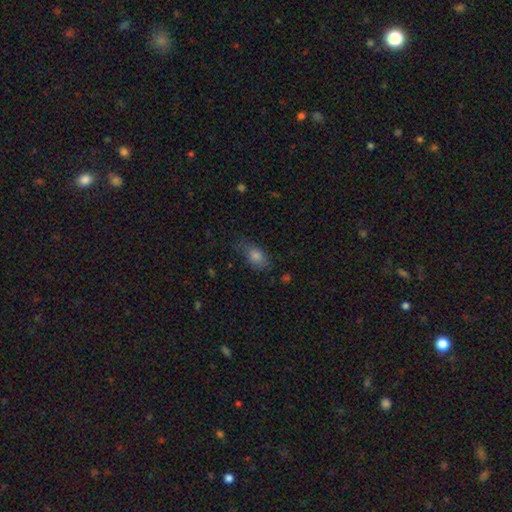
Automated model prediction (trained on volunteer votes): Smooth or featured?
  - smooth: 74% *
  - star or artifact: 13%
  - featured or disk: 13%
How rounded?
  - in between: 81% *
  - round: 12%
  - cigar-shaped: 7%
Merging?
  - none: 66% *
  - minor disturbance: 24%
  - major disturbance: 8%
  - merger: 2%